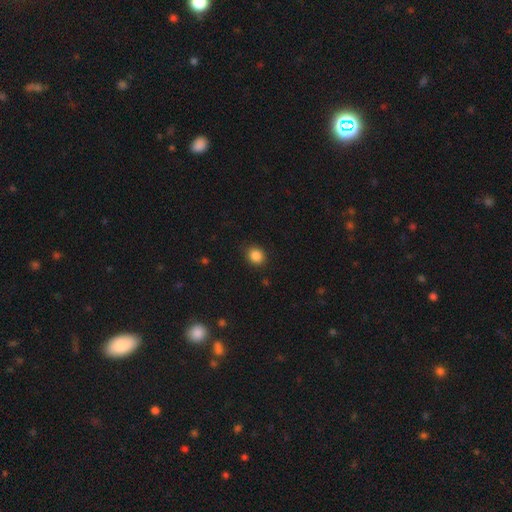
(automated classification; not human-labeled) Morphology: type=smooth (86%); roundness=round (72%); merging=none (87%).